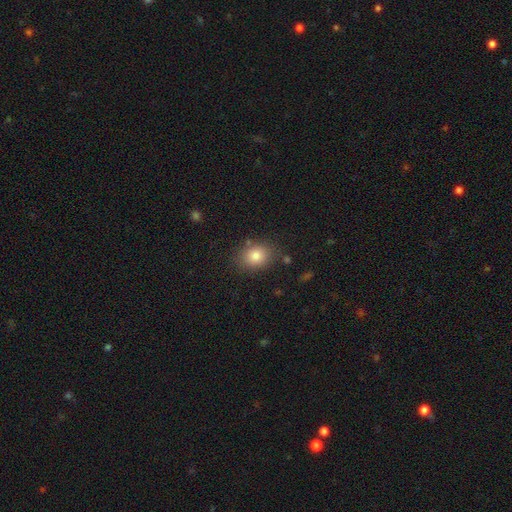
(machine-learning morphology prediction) A smooth galaxy with no disk features (81%) that is in between round and cigar-shaped (52%). Merging: none (82%).